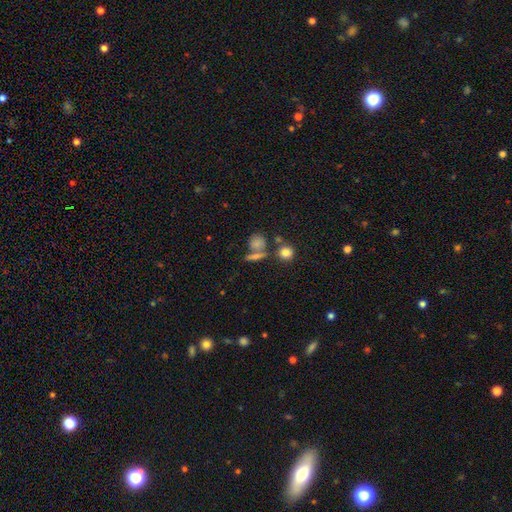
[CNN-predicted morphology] smooth_or_featured: smooth (p=0.60) [alt: featured or disk p=0.20]
how_rounded: round (p=0.59) [alt: in between p=0.27]
merging: none (p=0.57) [alt: merger p=0.25]